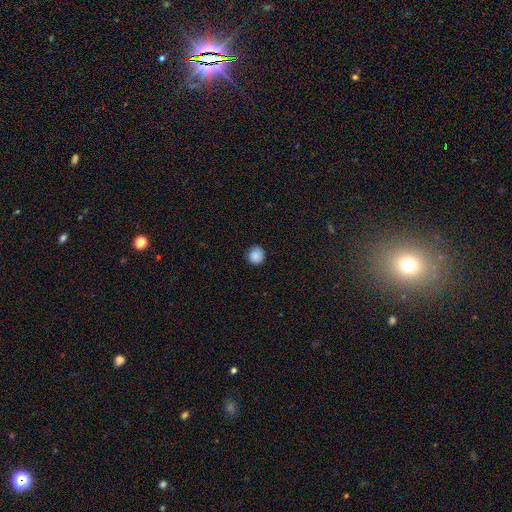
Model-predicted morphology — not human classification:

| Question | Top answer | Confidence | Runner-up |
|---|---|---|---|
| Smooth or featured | smooth | 86% | star or artifact (10%) |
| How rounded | round | 93% | in between (6%) |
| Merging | none | 86% | minor disturbance (11%) |